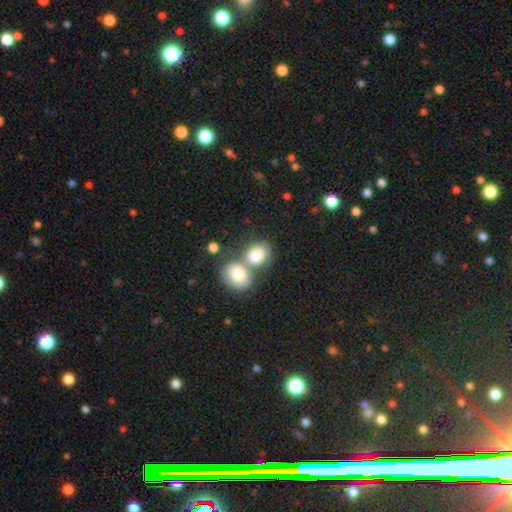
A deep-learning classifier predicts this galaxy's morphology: Smooth or featured? smooth (81%)
How rounded? in between (52%)
Merging? merger (56%)